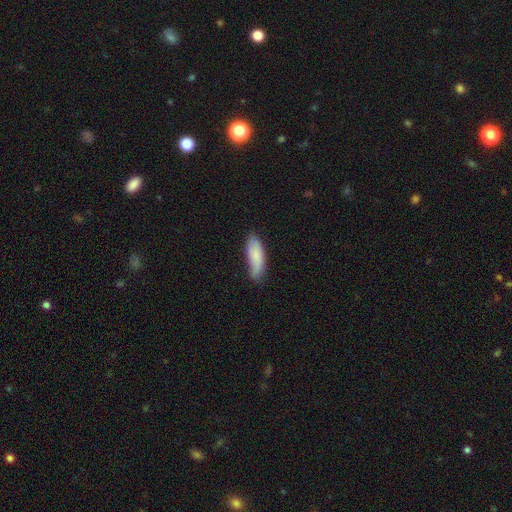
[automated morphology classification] Smooth or featured? smooth (82%)
How rounded? in between (63%)
Merging? none (65%)